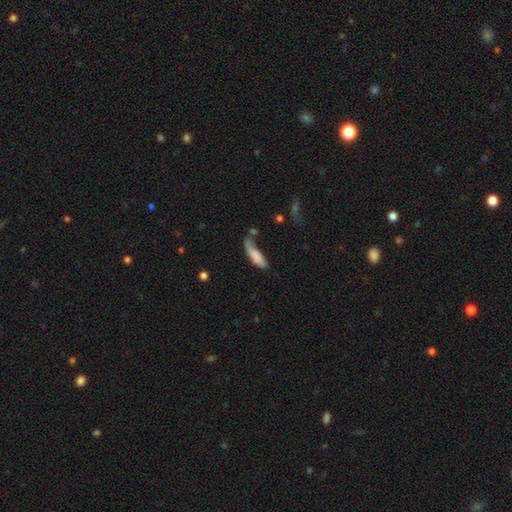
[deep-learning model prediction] smooth 75%, featured or disk 18%, star or artifact 7%. Down the decision tree: how rounded — cigar-shaped (51%); merging — none (36%).